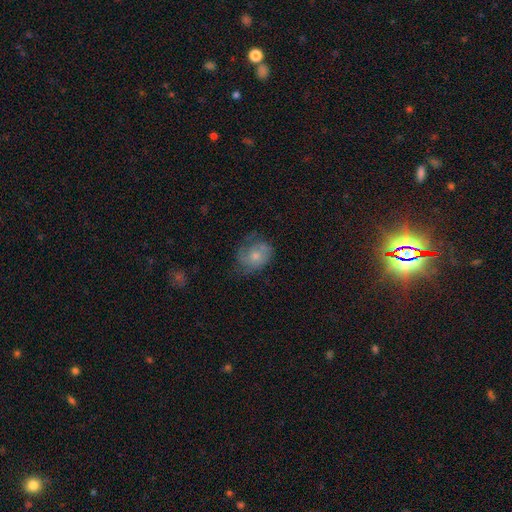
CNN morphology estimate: Smooth or featured? Predicted: smooth (p=0.48). Merging? Predicted: none (p=0.48).